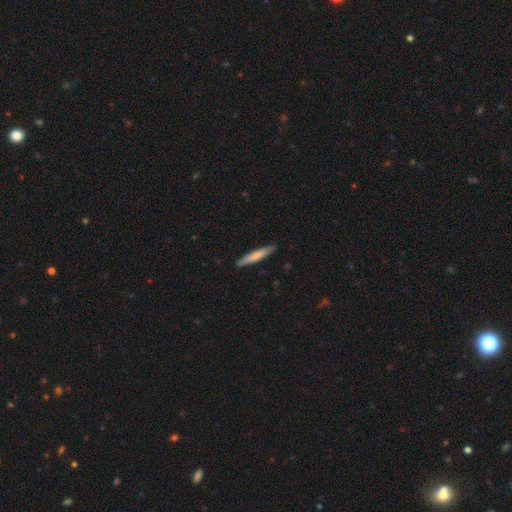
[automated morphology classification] A smooth galaxy with no disk features (72%) that is cigar-shaped (94%).

Vote fractions:
- Smooth or featured? smooth: 72% / featured or disk: 23% / star or artifact: 5%
- How rounded? cigar-shaped: 94% / in between: 5% / round: 1%
- Merging? none: 88% / minor disturbance: 9% / major disturbance: 1% / merger: 1%